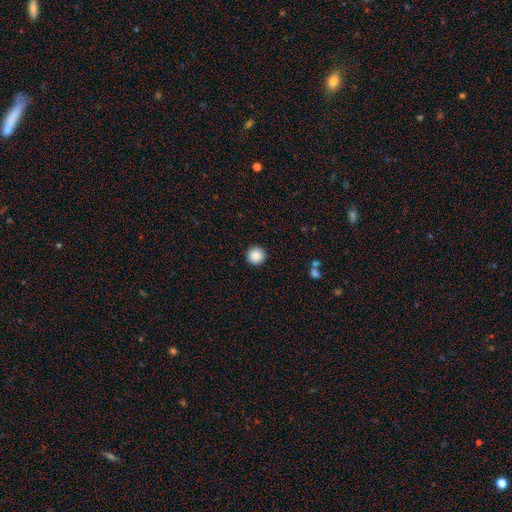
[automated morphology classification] Overall: smooth (88%). How rounded: round (96%). Merging: none (93%).